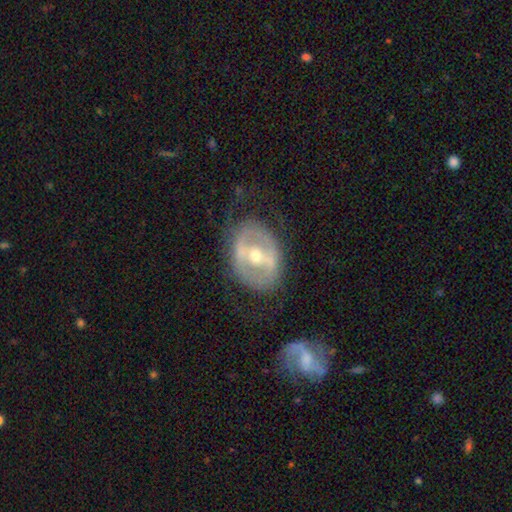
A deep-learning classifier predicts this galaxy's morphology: Q: Smooth or featured?
A: featured or disk (75%); runner-up: smooth (19%)
Q: Edge-on disk?
A: no (93%); runner-up: yes (7%)
Q: Bar?
A: strong (52%); runner-up: weak (28%)
Q: Spiral arms?
A: no (65%); runner-up: yes (35%)
Q: Bulge size?
A: moderate (63%); runner-up: small (33%)
Q: Merging?
A: none (69%); runner-up: minor disturbance (18%)